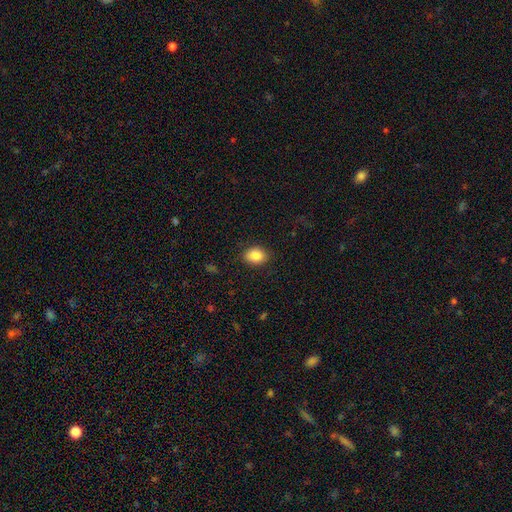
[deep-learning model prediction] Smooth or featured: smooth — 85% (star or artifact — 8%)
How rounded: in between — 66% (round — 33%)
Merging: none — 88% (minor disturbance — 9%)